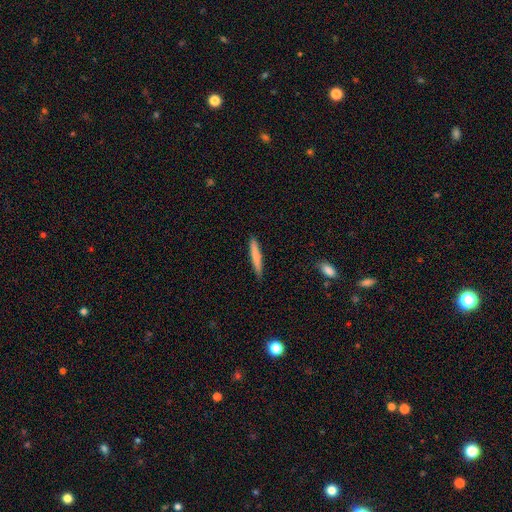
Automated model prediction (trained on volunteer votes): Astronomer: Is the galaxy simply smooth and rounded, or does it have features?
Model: smooth — 75%.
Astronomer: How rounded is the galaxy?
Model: cigar-shaped — 95%.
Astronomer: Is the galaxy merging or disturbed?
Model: none — 87%.